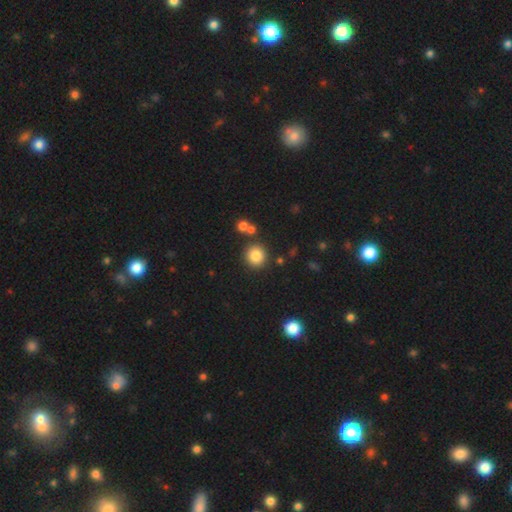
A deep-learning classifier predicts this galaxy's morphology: smooth 83%, star or artifact 11%, featured or disk 6%. Down the decision tree: how rounded — round (90%); merging — none (81%).